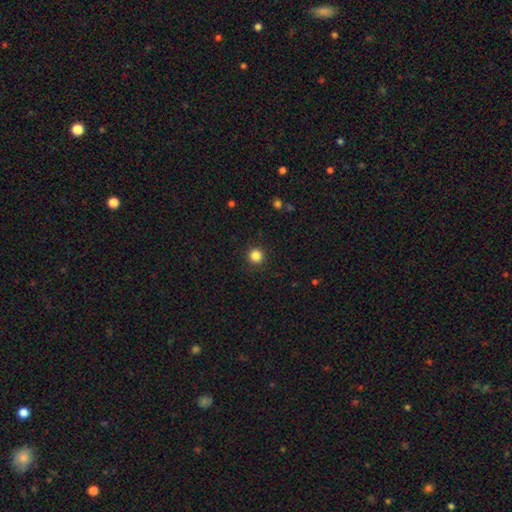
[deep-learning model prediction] Smooth or featured: smooth — 85% (star or artifact — 12%)
How rounded: round — 95% (in between — 4%)
Merging: none — 92% (minor disturbance — 5%)